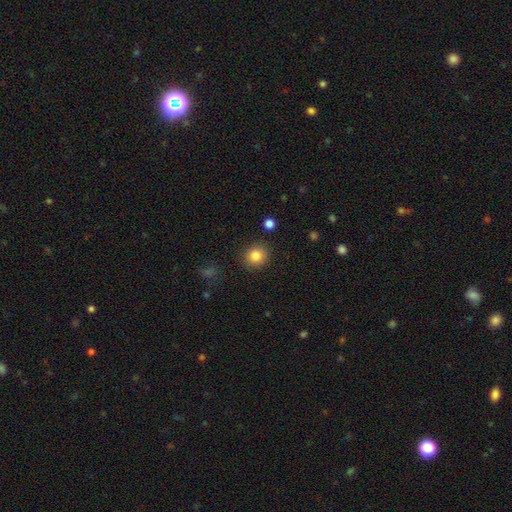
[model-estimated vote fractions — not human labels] A smooth galaxy with no disk features (85%) that is round (87%). Merging: none (89%).